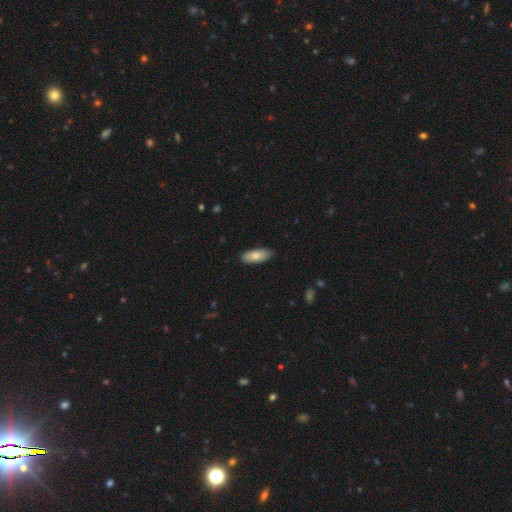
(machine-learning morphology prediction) smooth 80%, featured or disk 15%, star or artifact 6%. Down the decision tree: how rounded — in between (80%); merging — none (85%).